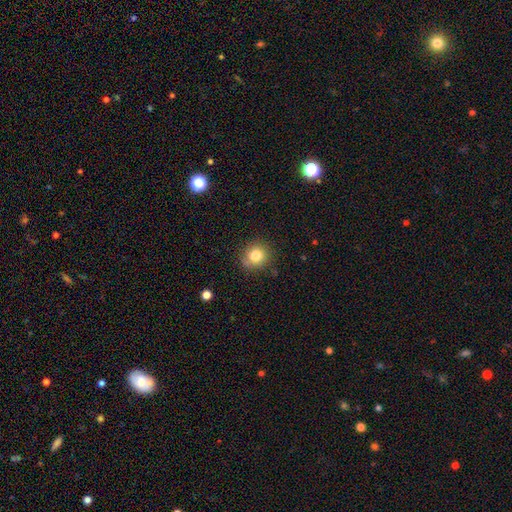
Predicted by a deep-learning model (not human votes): Smooth or featured? smooth (81%)
How rounded? round (88%)
Merging? none (82%)